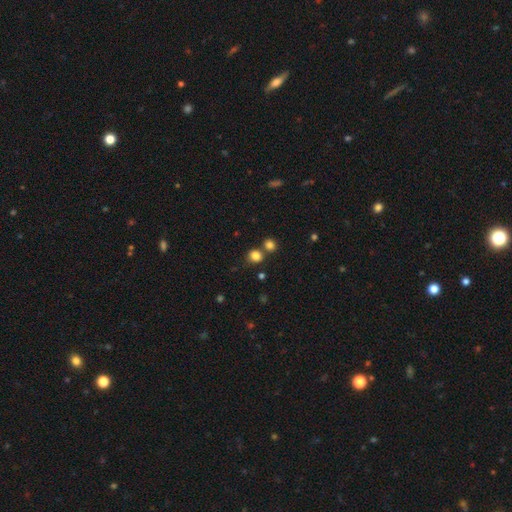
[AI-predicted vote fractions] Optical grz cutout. It shows a smooth galaxy with no disk features (83%) that is round (78%). Merging: none (67%).